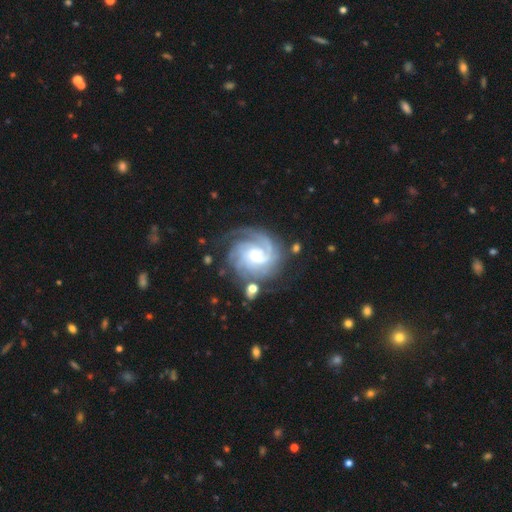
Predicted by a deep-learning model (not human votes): Smooth or featured? Predicted: featured or disk (p=0.88). Edge-on disk? Predicted: no (p=0.98). Bar? Predicted: no (p=0.60). Spiral arms? Predicted: yes (p=0.98). Spiral winding? Predicted: tight (p=0.64). Spiral arm count? Predicted: 3 (p=0.31). Bulge size? Predicted: moderate (p=0.43). Merging? Predicted: none (p=0.67).